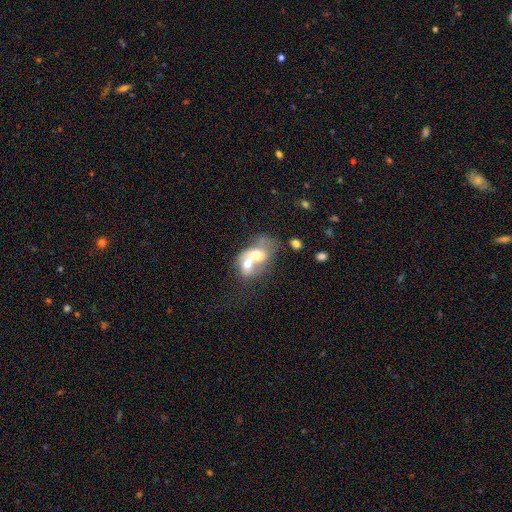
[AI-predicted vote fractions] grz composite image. It shows a smooth galaxy with no disk features (55%) that is in between round and cigar-shaped (59%). Merging: merger (80%).